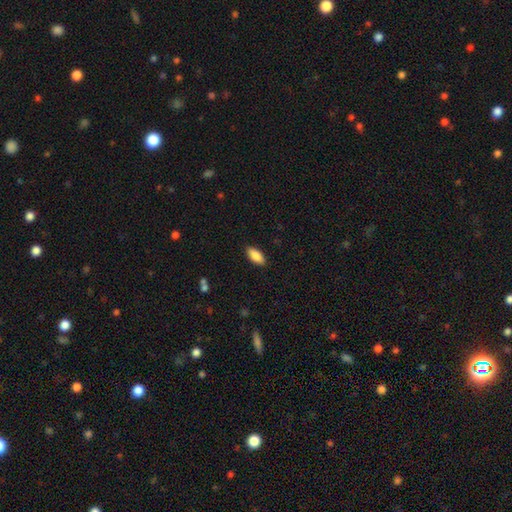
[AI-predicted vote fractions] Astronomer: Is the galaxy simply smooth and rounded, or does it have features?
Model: smooth — 88%.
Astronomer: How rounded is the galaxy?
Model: in between — 89%.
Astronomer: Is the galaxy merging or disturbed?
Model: none — 88%.